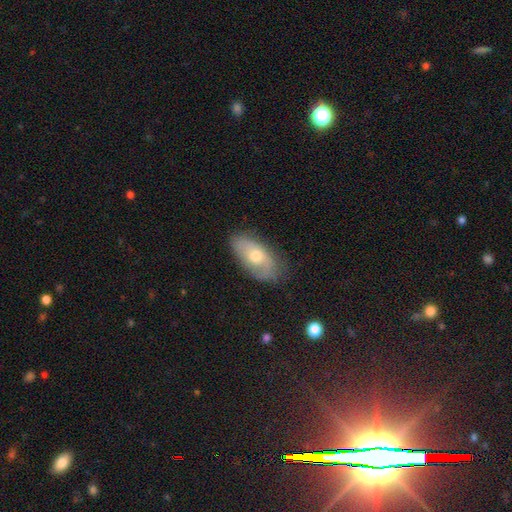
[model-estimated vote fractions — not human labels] The model was most divided on "smooth or featured": smooth: 49%, featured or disk: 45%, star or artifact: 7%. More confident: merging — none (69%).